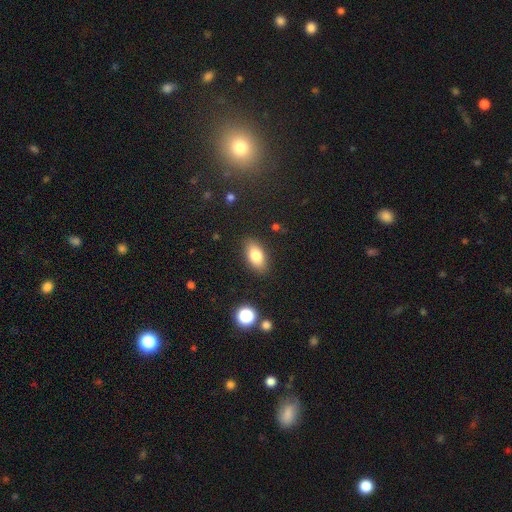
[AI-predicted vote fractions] A smooth galaxy with no disk features (79%) that is in between round and cigar-shaped (88%). Merging: none (86%).